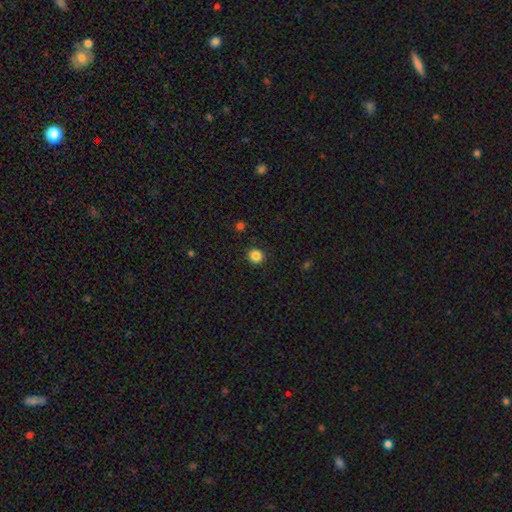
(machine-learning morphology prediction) A smooth galaxy with no disk features (85%) that is round (91%). Merging: none (90%).